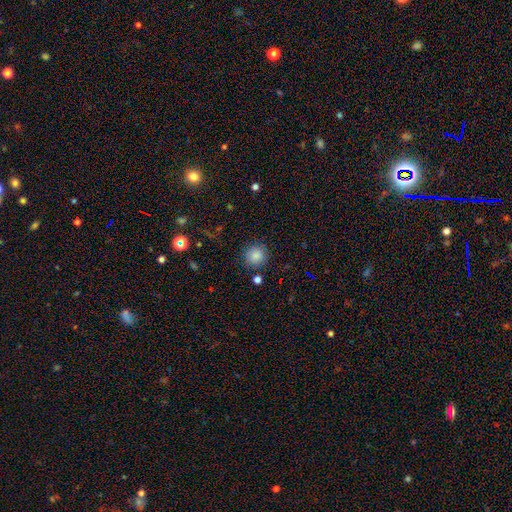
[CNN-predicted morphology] This appears to be a smooth galaxy with no disk features (83%) that is round (92%). Merging: none (85%).